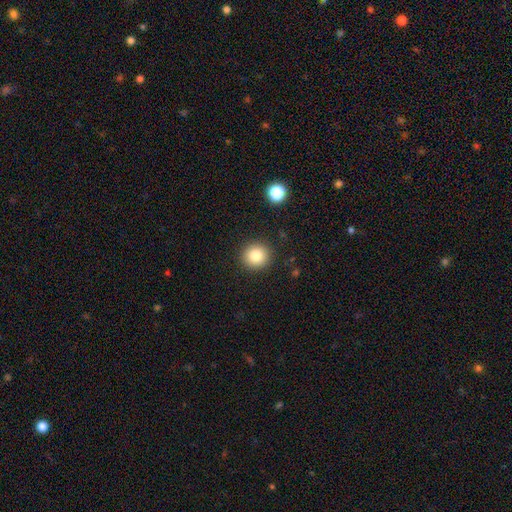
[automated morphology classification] Smooth or featured?
  - smooth: 82% *
  - star or artifact: 11%
  - featured or disk: 8%
How rounded?
  - round: 93% *
  - in between: 7%
  - cigar-shaped: 1%
Merging?
  - none: 91% *
  - minor disturbance: 6%
  - major disturbance: 2%
  - merger: 1%